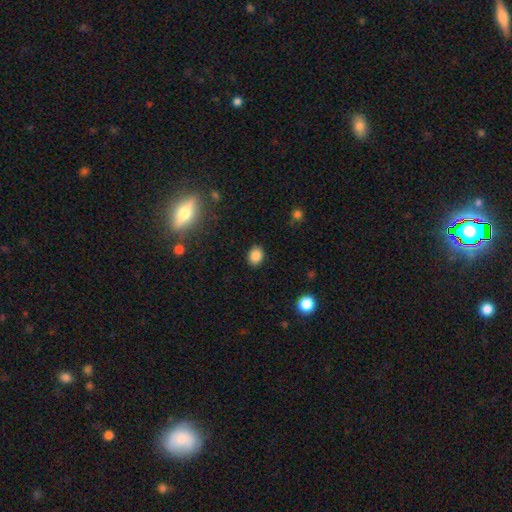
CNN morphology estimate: smooth_or_featured: smooth (p=0.86) [alt: star or artifact p=0.10]
how_rounded: in between (p=0.56) [alt: round p=0.43]
merging: none (p=0.88) [alt: minor disturbance p=0.08]